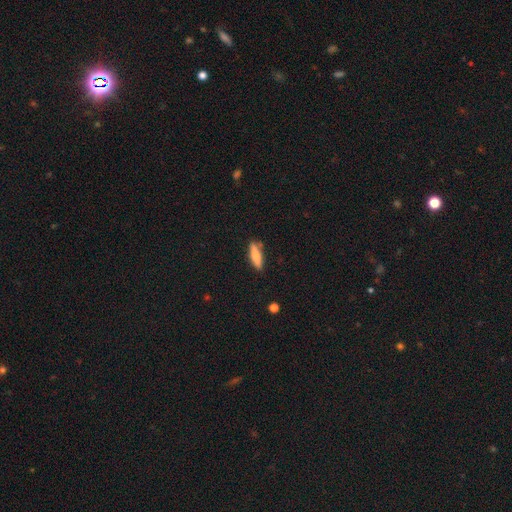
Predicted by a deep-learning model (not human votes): A smooth galaxy with no disk features (71%) that is cigar-shaped (63%).

Vote fractions:
- Smooth or featured? smooth: 71% / featured or disk: 23% / star or artifact: 6%
- How rounded? cigar-shaped: 63% / in between: 35% / round: 2%
- Merging? none: 81% / minor disturbance: 14% / merger: 3% / major disturbance: 2%